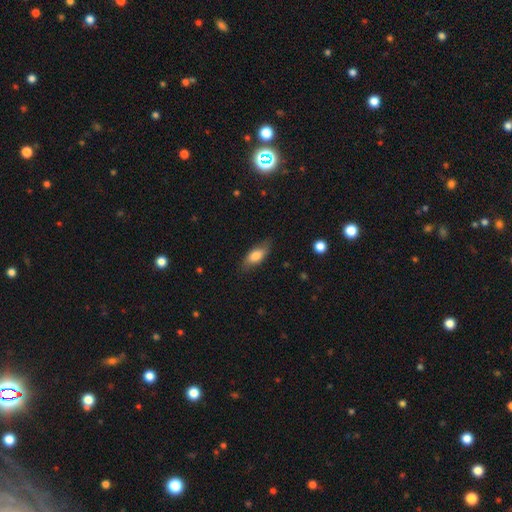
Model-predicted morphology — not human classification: This is likely a smooth galaxy (76%). How rounded: likely in between (78%). Merging: likely none (77%).